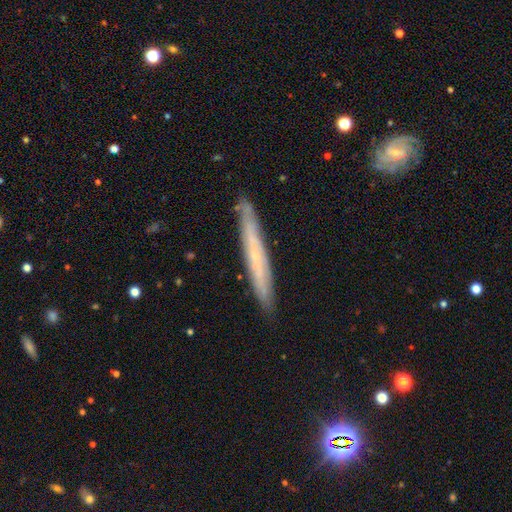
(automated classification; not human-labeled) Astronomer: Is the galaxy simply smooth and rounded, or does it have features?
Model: featured or disk — 58% (runner-up: smooth, 35%).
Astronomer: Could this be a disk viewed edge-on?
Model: yes — 86%.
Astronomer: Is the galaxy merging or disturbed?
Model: none — 88%.